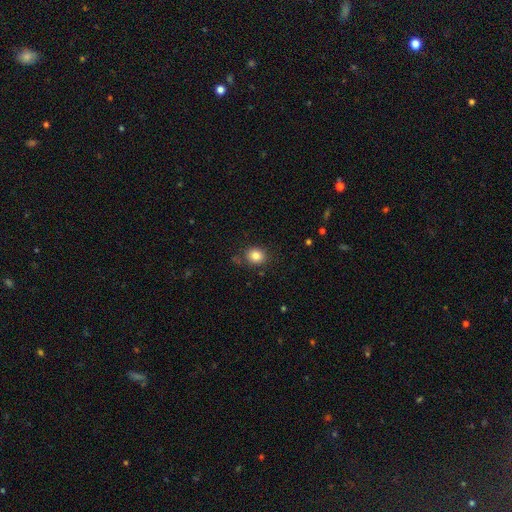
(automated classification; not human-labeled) A smooth galaxy with no disk features (84%) that is round (69%). Merging: none (83%).